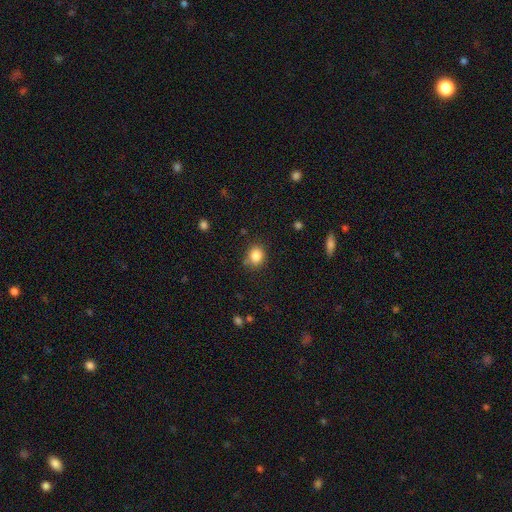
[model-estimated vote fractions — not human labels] Overall: smooth (84%). How rounded: round (69%; in between 30%). Merging: none (79%).